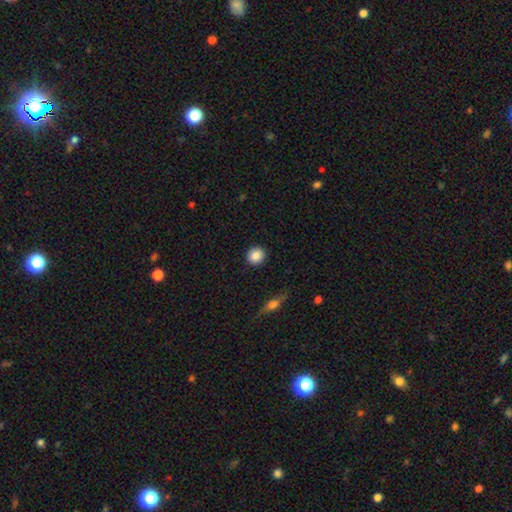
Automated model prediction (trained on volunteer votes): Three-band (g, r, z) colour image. It shows a smooth galaxy with no disk features (86%) that is round (91%). Merging: none (92%).